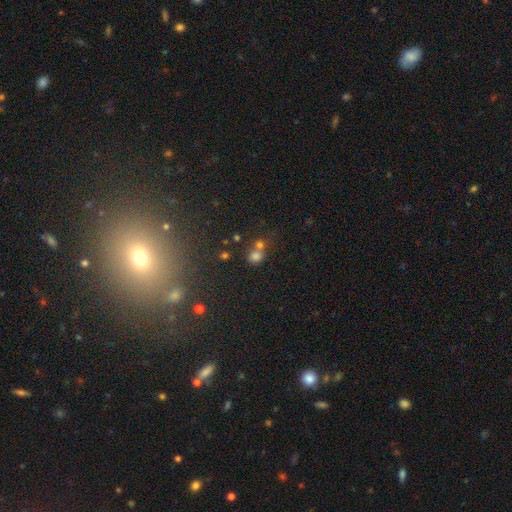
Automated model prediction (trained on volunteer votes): The model was most divided on "merging": merger: 46%, none: 43%, minor disturbance: 8%, major disturbance: 4%. More confident: how rounded — round (77%); smooth or featured — smooth (73%).